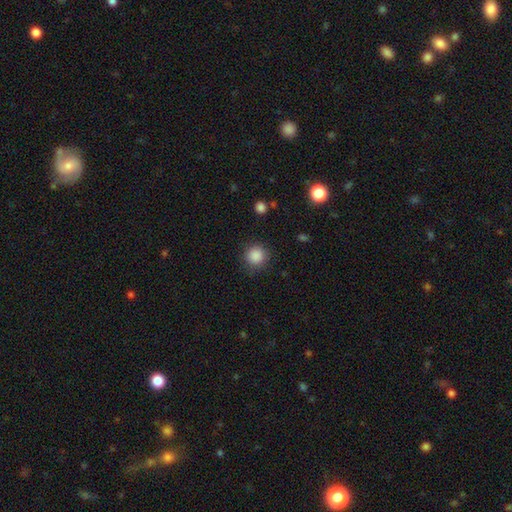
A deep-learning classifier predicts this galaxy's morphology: Smooth or featured? Predicted: smooth (p=0.87). How rounded? Predicted: round (p=0.94). Merging? Predicted: none (p=0.87).